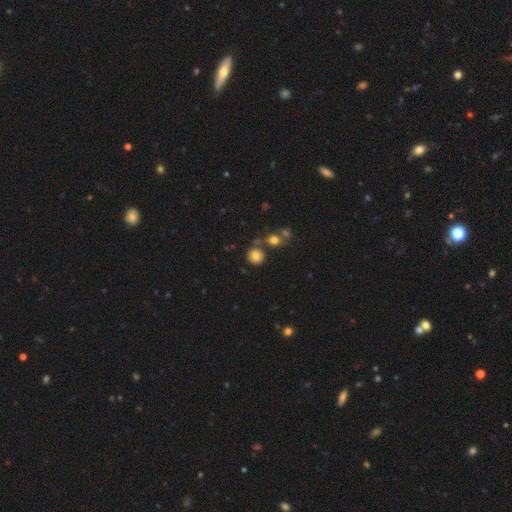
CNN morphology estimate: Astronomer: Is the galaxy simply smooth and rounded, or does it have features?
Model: smooth — 79%.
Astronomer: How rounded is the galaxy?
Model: round — 88%.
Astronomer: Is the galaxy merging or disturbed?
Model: none — 75%.